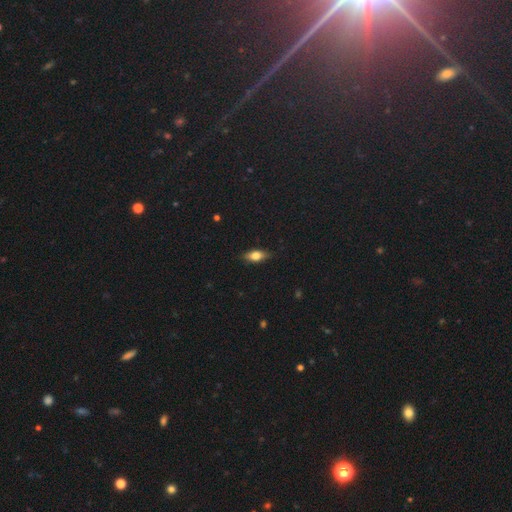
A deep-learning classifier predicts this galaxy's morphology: Smooth or featured? smooth (67%)
How rounded? in between (77%)
Merging? none (84%)